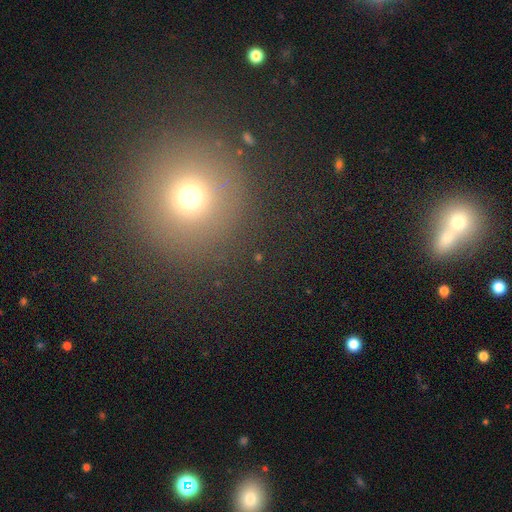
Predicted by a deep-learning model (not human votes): Morphology: type=smooth (61%); roundness=round (94%); merging=none (88%).